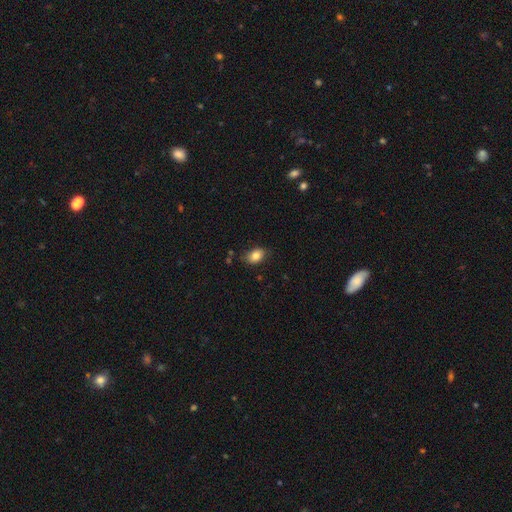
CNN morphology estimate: Overall: smooth (83%). How rounded: in between (85%). Merging: none (79%).